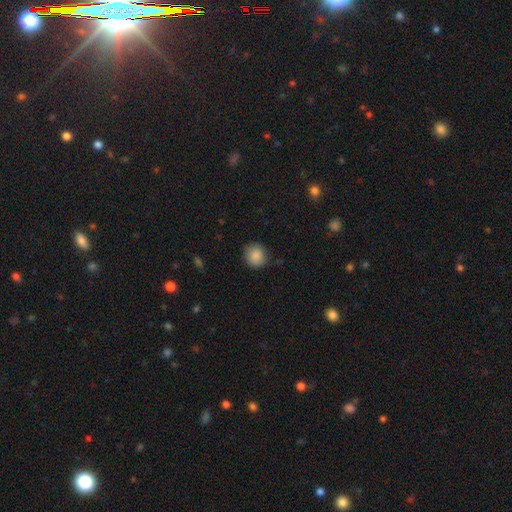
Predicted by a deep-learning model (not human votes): Smooth or featured? smooth (88%)
How rounded? round (89%)
Merging? none (85%)